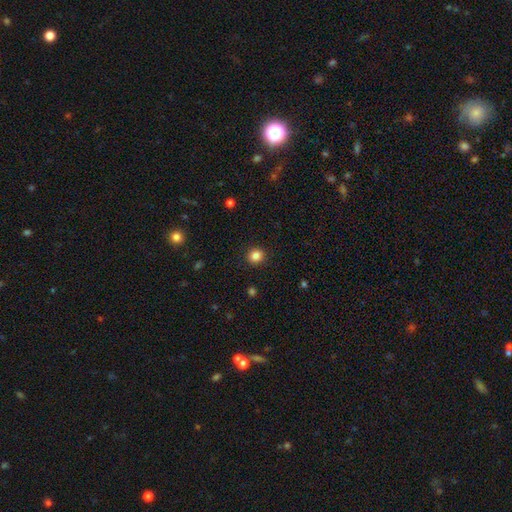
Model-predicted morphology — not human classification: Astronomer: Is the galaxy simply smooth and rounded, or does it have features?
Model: smooth — 83%.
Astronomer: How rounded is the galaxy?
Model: round — 90%.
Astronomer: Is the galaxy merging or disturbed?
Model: none — 92%.